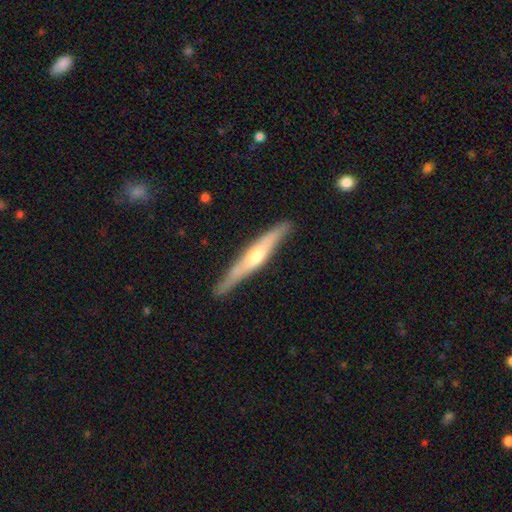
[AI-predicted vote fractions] Smooth or featured? featured or disk (63%)
Edge-on disk? yes (94%)
Edge-on bulge? rounded (78%)
Merging? none (85%)